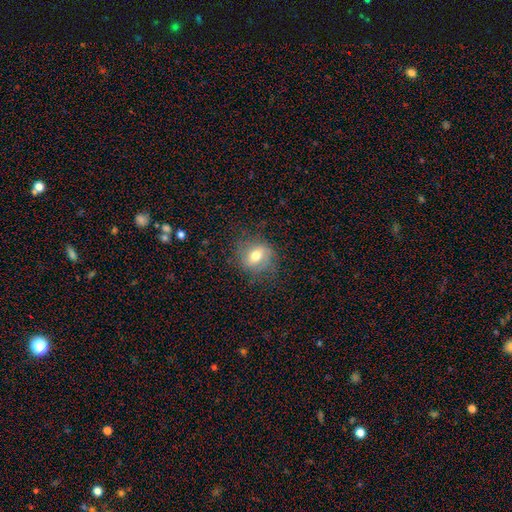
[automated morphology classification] This is likely a smooth galaxy (61%). How rounded: likely round (73%). Merging: likely none (73%).